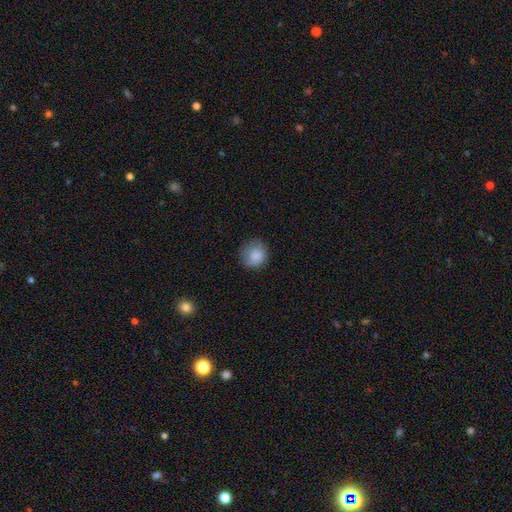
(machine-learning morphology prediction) smooth 85%, star or artifact 8%, featured or disk 7%. Down the decision tree: how rounded — round (83%); merging — none (73%).